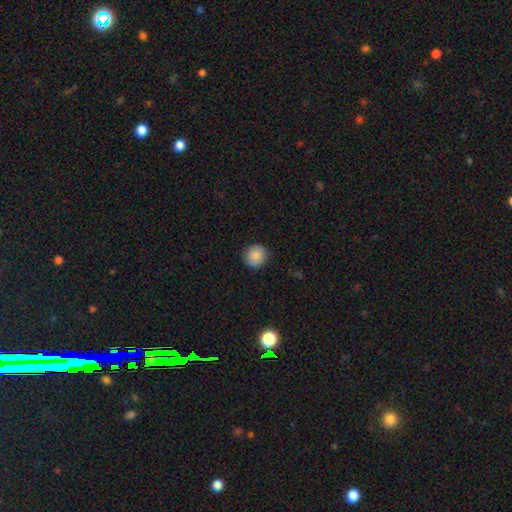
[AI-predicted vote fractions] The model was most divided on "smooth or featured": smooth: 85%, star or artifact: 8%, featured or disk: 6%. More confident: how rounded — round (91%); merging — none (90%).